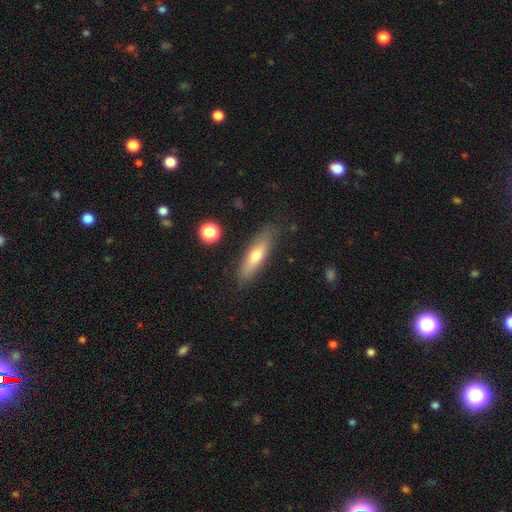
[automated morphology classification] Smooth or featured? Predicted: smooth (p=0.61). How rounded? Predicted: cigar-shaped (p=0.65). Merging? Predicted: none (p=0.83).